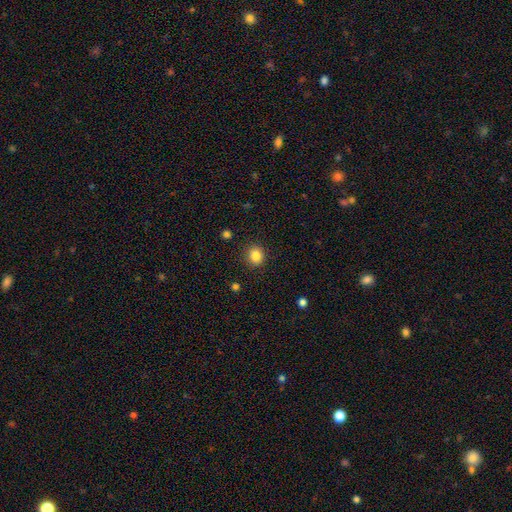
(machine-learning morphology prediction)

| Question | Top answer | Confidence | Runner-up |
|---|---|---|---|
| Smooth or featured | smooth | 85% | star or artifact (11%) |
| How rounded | round | 79% | in between (20%) |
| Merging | none | 90% | minor disturbance (7%) |